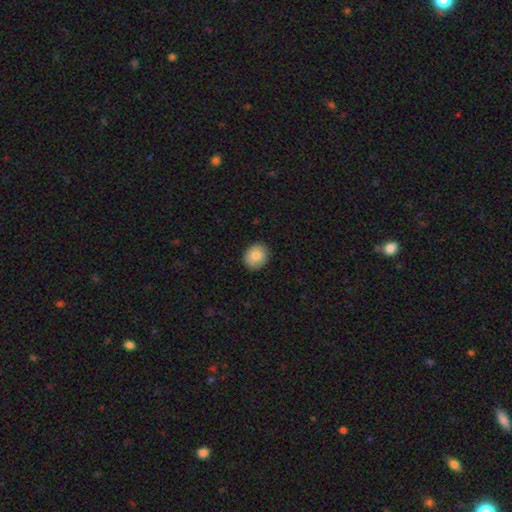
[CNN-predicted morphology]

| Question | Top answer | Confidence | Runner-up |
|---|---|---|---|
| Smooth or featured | smooth | 85% | star or artifact (8%) |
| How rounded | round | 70% | in between (30%) |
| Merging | none | 88% | minor disturbance (9%) |